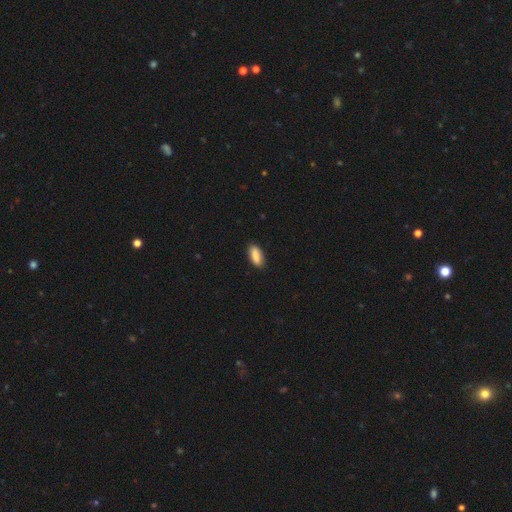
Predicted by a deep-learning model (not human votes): Smooth or featured: smooth — 84% (featured or disk — 10%)
How rounded: in between — 84% (cigar-shaped — 14%)
Merging: none — 87% (minor disturbance — 10%)